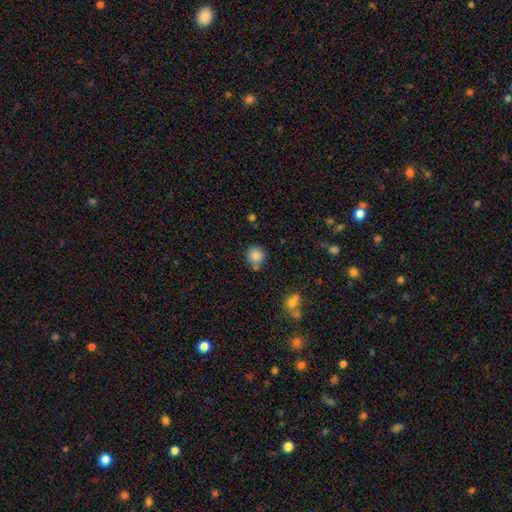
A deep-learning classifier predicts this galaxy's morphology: Smooth or featured: smooth — 84% (star or artifact — 10%)
How rounded: round — 88% (in between — 11%)
Merging: none — 70% (minor disturbance — 15%)